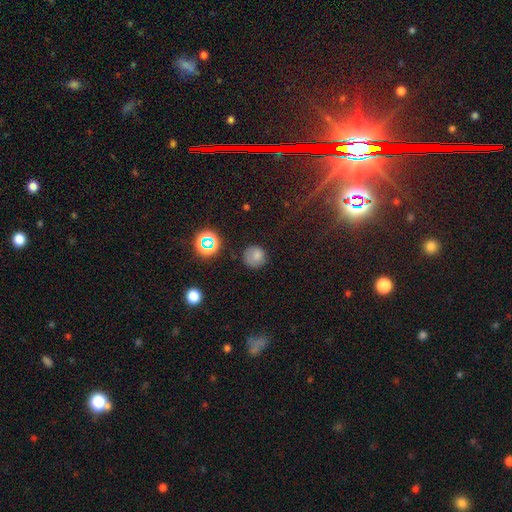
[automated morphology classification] This is likely a smooth galaxy (74%). How rounded: clearly round (90%). Merging: likely none (75%).